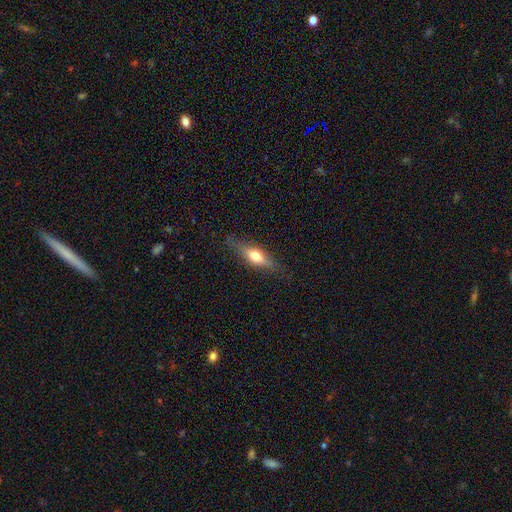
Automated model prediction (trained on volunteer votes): Smooth or featured?
  - smooth: 52% *
  - featured or disk: 40%
  - star or artifact: 7%
How rounded?
  - in between: 49% *
  - cigar-shaped: 47%
  - round: 4%
Merging?
  - none: 79% *
  - minor disturbance: 16%
  - major disturbance: 4%
  - merger: 1%